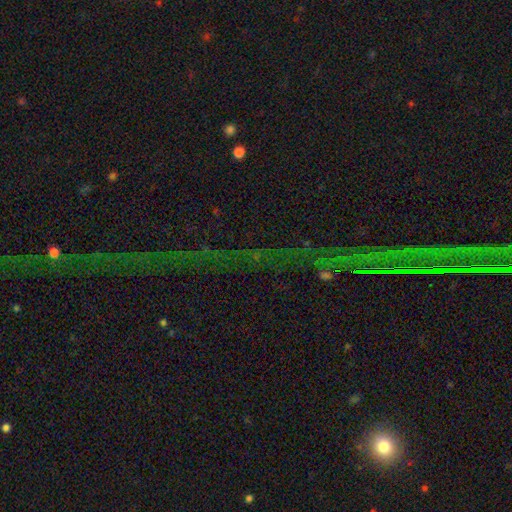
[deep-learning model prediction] smooth-or-featured: star or artifact: 81% | featured or disk: 10% | smooth: 9%